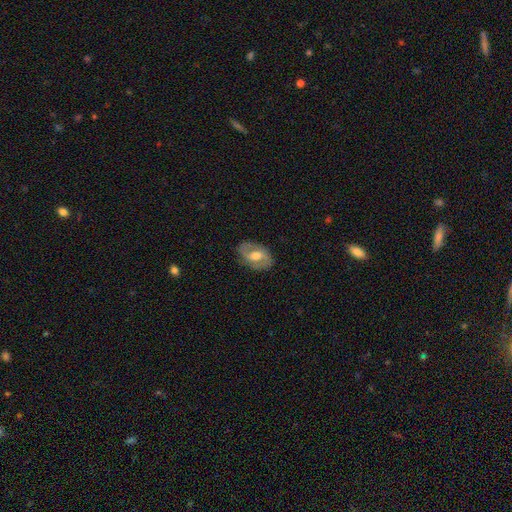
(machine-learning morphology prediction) Smooth or featured: featured or disk — 67% (smooth — 26%)
Edge-on disk: no — 95% (yes — 5%)
Bar: weak — 48% (no — 30%)
Spiral arms: yes — 80% (no — 20%)
Spiral winding: medium — 46% (loose — 31%)
Spiral arm count: 2 — 86% (can't tell — 8%)
Bulge size: moderate — 70% (small — 15%)
Merging: none — 81% (minor disturbance — 14%)